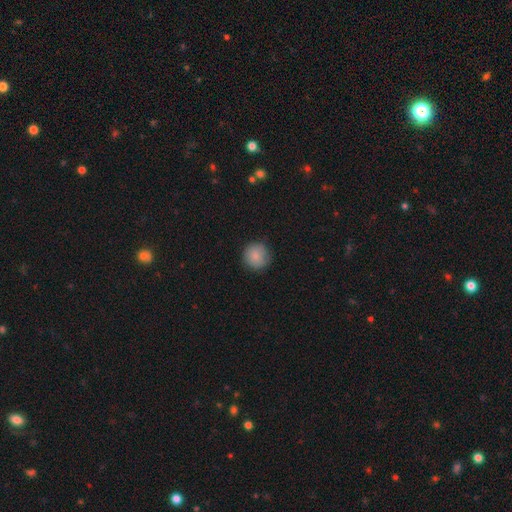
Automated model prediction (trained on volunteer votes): Morphology: type=smooth (85%); roundness=round (94%); merging=none (84%).